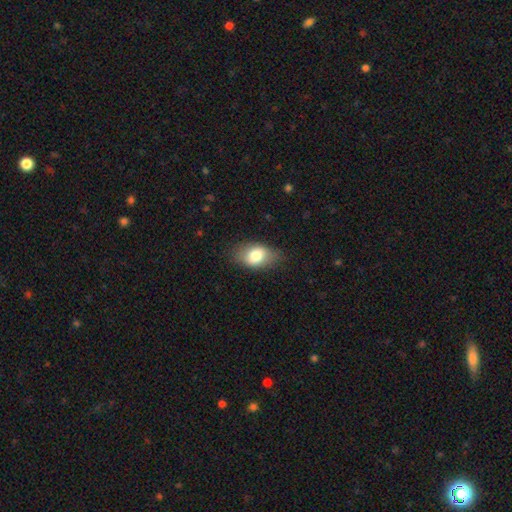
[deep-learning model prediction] A smooth galaxy with no disk features (76%) that is in between round and cigar-shaped (84%). Merging: none (78%).